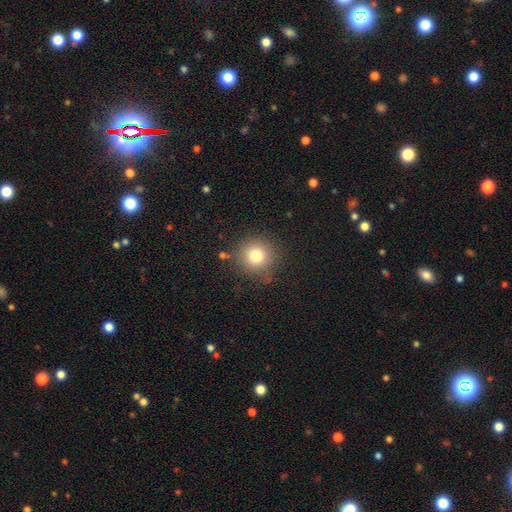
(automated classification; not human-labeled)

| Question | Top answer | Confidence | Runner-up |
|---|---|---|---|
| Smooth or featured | smooth | 78% | star or artifact (13%) |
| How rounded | round | 93% | in between (6%) |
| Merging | none | 81% | minor disturbance (12%) |